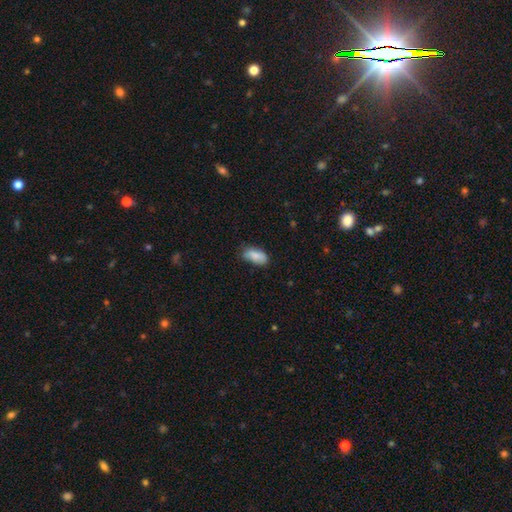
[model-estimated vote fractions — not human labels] Smooth or featured? smooth (85%)
How rounded? in between (91%)
Merging? none (66%)